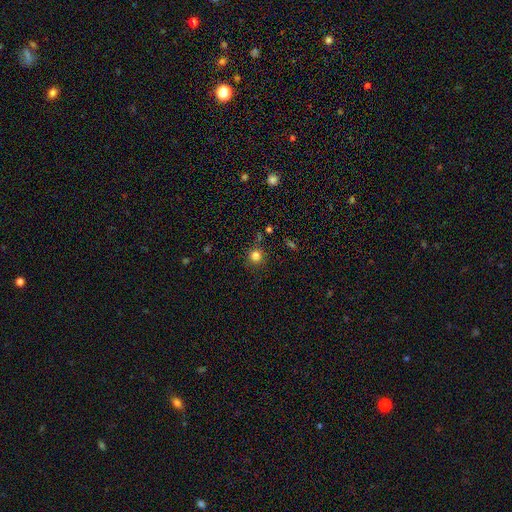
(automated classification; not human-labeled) Q: Smooth or featured?
A: smooth (80%); runner-up: star or artifact (14%)
Q: How rounded?
A: round (93%); runner-up: in between (6%)
Q: Merging?
A: none (83%); runner-up: minor disturbance (10%)